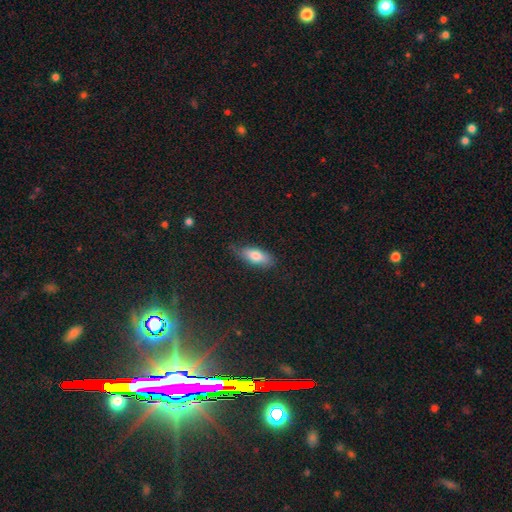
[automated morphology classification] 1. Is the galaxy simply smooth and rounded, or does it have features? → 76% smooth, 17% featured or disk, 7% star or artifact.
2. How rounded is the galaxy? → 76% in between, 21% cigar-shaped, 3% round.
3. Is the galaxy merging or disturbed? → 71% none, 23% minor disturbance, 4% major disturbance, 1% merger.